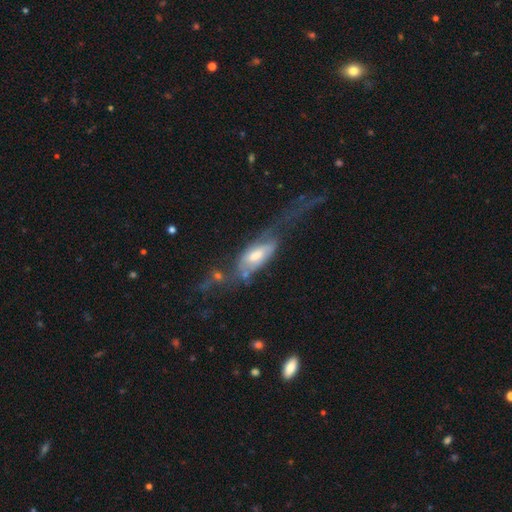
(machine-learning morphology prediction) A featured or disk galaxy (57%). Merging: major disturbance (50%).